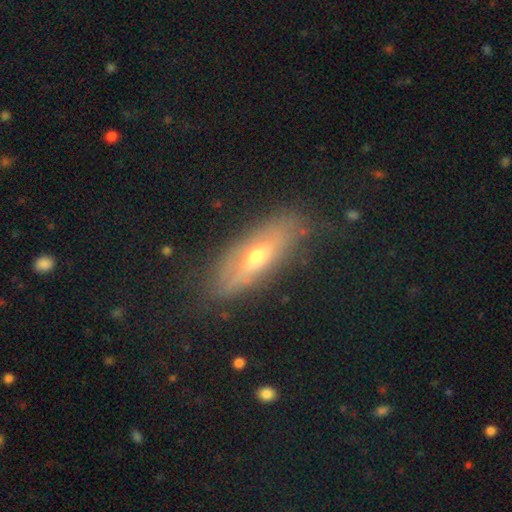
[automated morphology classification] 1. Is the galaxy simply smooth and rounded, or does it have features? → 51% featured or disk, 39% smooth, 10% star or artifact.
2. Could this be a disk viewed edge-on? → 51% yes, 49% no.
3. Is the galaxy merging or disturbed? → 78% none, 15% minor disturbance, 5% major disturbance, 2% merger.